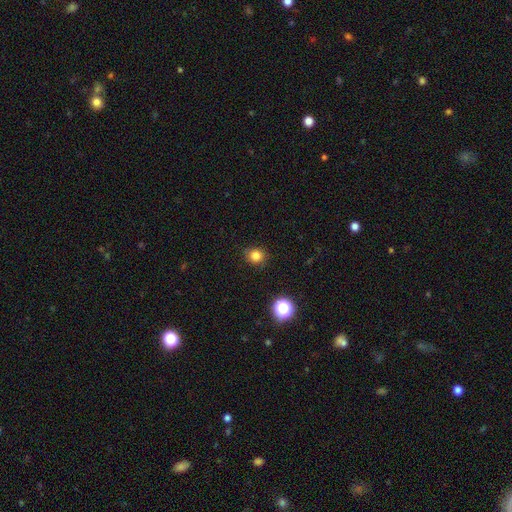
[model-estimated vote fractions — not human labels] Smooth or featured? smooth (81%)
How rounded? round (81%)
Merging? none (86%)